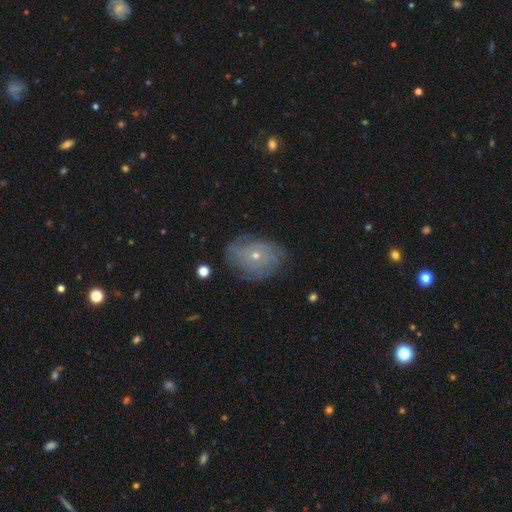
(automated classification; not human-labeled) A featured or disk galaxy (77%) with no bar (82%), tight (68%) spiral arms (90%) and a small central bulge (67%). Merging: none (74%).